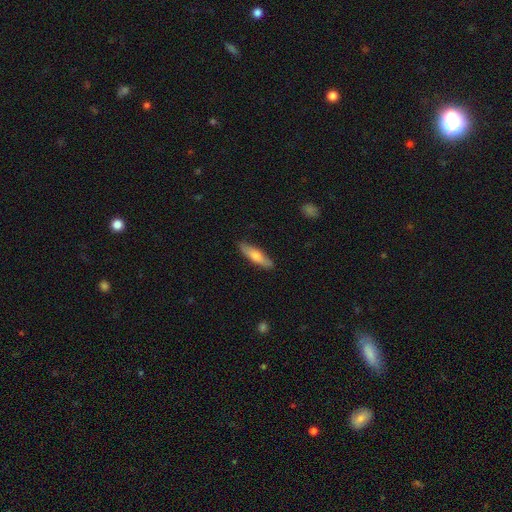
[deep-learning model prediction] Smooth or featured? smooth (66%)
How rounded? cigar-shaped (66%)
Merging? none (87%)